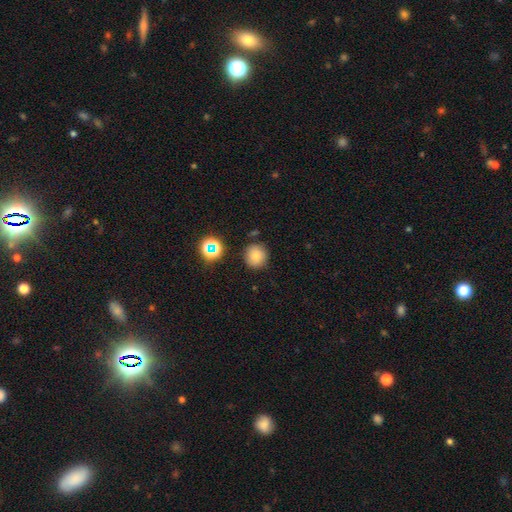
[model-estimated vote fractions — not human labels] Smooth or featured?
  - smooth: 75% *
  - star or artifact: 15%
  - featured or disk: 10%
How rounded?
  - round: 90% *
  - in between: 9%
  - cigar-shaped: 1%
Merging?
  - none: 84% *
  - minor disturbance: 11%
  - merger: 3%
  - major disturbance: 3%